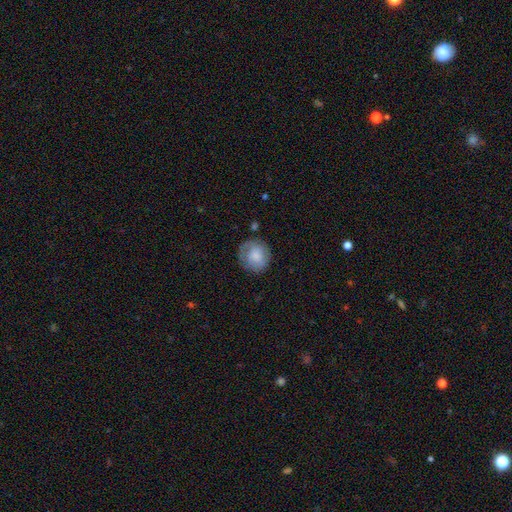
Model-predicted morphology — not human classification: smooth_or_featured: smooth (p=0.67) [alt: featured or disk p=0.26]
how_rounded: round (p=0.84) [alt: in between p=0.15]
merging: none (p=0.68) [alt: minor disturbance p=0.21]